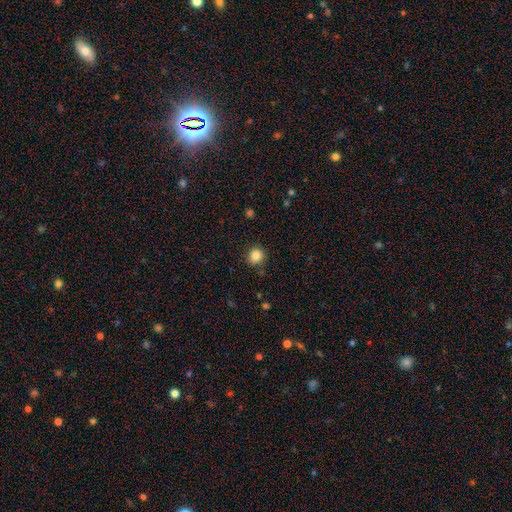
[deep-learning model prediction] Morphology: type=smooth (84%); roundness=round (91%); merging=none (87%).